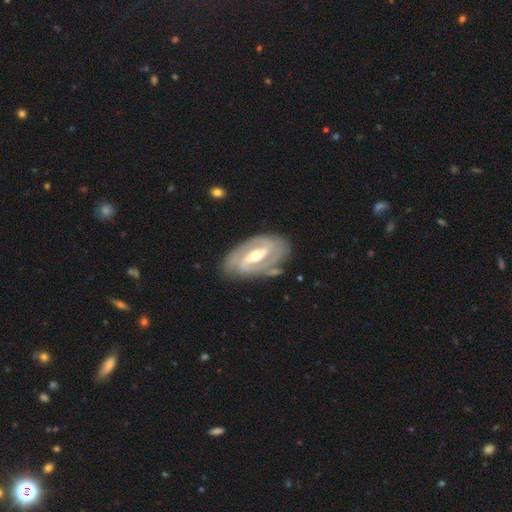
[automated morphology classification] This is clearly a featured or disk galaxy (89%). It is clearly not viewed edge-on (95%). Bar: possibly strong (53%). Spiral arm pattern: clearly yes (95%). Spiral arm count: likely 2 (76%). Spiral winding: possibly tight (49%). Central bulge: likely moderate (66%). Merging: likely none (77%).